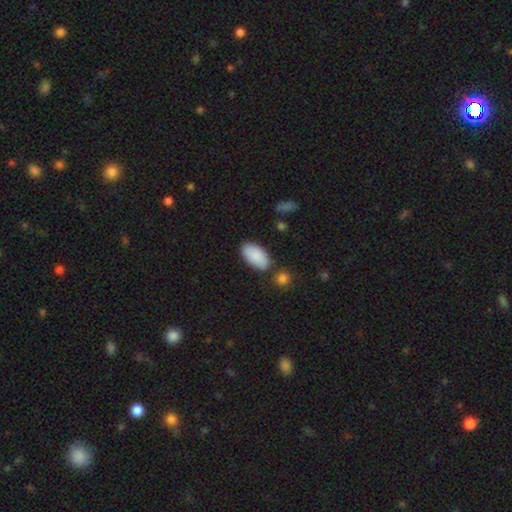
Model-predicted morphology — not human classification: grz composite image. It shows a smooth galaxy with no disk features (89%) that is in between round and cigar-shaped (95%). Merging: none (76%).